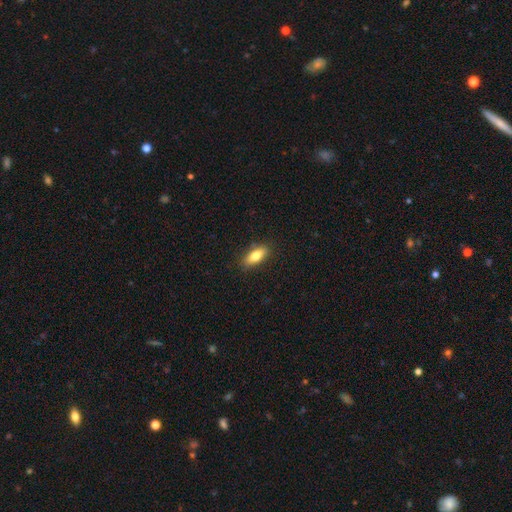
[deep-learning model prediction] Smooth or featured? smooth (74%)
How rounded? in between (70%)
Merging? none (87%)